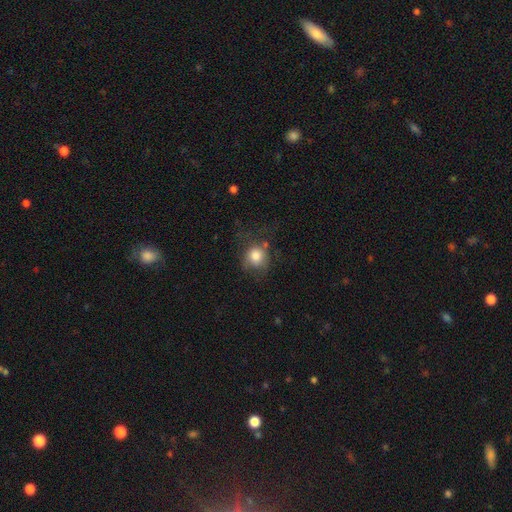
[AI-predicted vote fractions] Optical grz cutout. It shows a smooth galaxy with no disk features (78%) that is round (79%). Merging: none (51%).